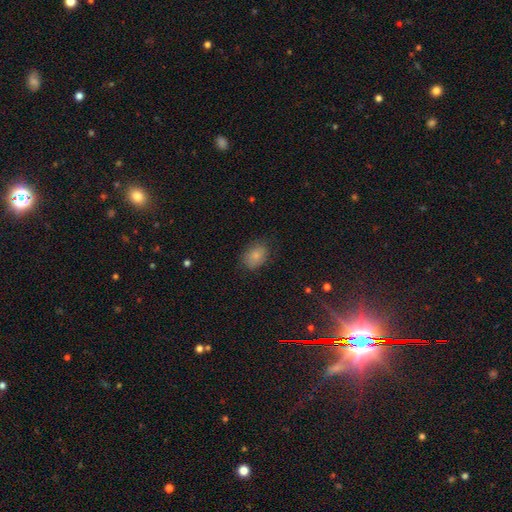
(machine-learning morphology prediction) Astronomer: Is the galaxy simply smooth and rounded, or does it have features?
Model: smooth — 82%.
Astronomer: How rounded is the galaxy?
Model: in between — 75%.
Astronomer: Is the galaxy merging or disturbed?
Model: none — 74%.